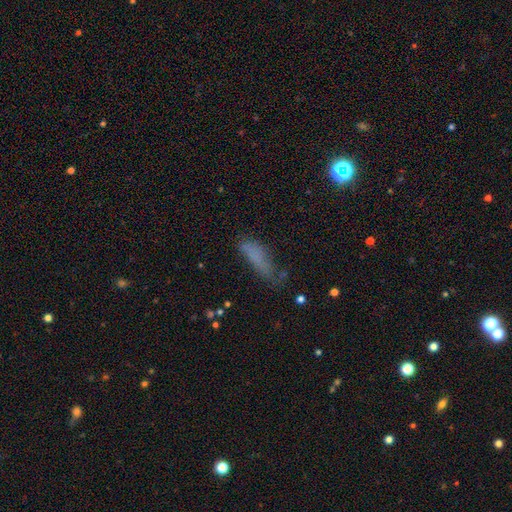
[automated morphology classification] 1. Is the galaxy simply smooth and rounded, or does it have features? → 67% smooth, 17% featured or disk, 16% star or artifact.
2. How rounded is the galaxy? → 53% cigar-shaped, 44% in between, 3% round.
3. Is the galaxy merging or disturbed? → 46% none, 31% minor disturbance, 19% major disturbance, 4% merger.